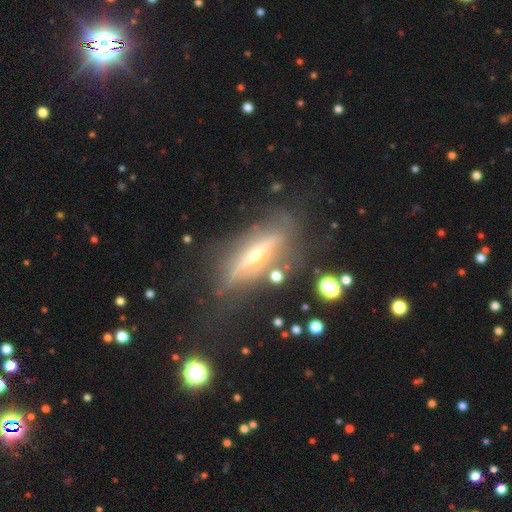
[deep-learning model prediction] smooth_or_featured: featured or disk (p=0.74) [alt: smooth p=0.19]
disk_edge_on: yes (p=0.83) [alt: no p=0.17]
edge_on_bulge: rounded (p=0.71) [alt: none p=0.20]
merging: none (p=0.66) [alt: minor disturbance p=0.21]